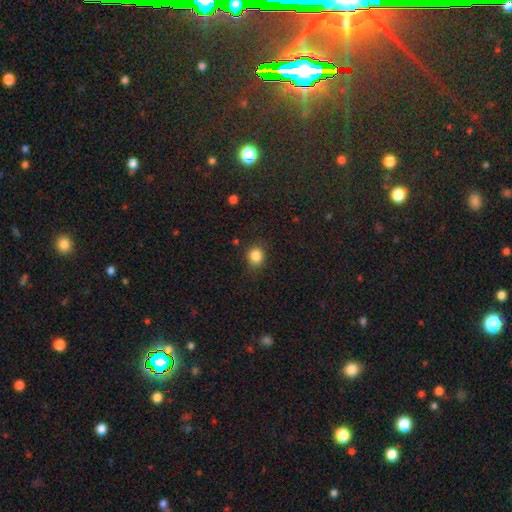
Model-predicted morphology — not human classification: smooth 85%, star or artifact 11%, featured or disk 4%. Down the decision tree: how rounded — round (76%); merging — none (83%).